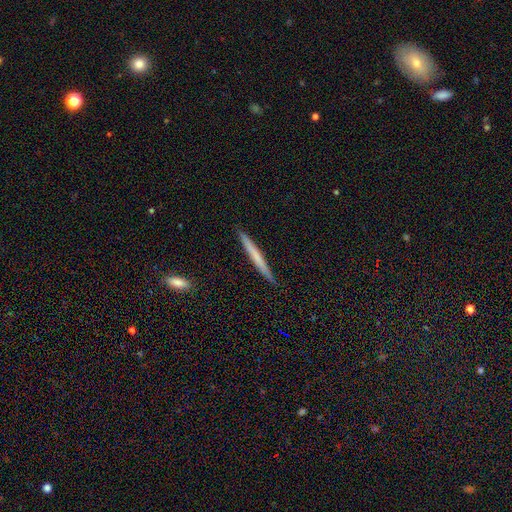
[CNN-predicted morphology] A smooth galaxy with no disk features (56%) that is cigar-shaped (97%). Merging: none (90%).